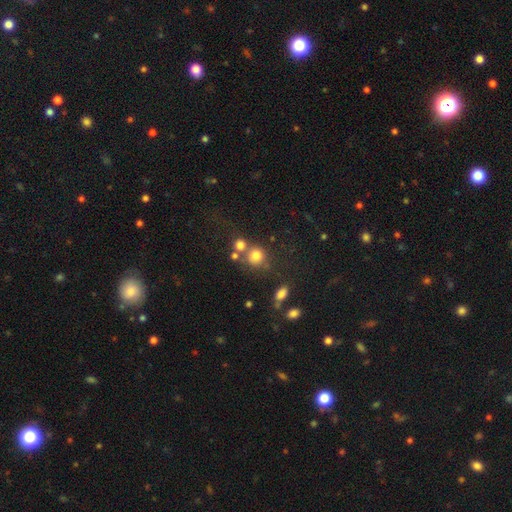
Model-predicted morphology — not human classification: The model was most divided on "merging": none: 51%, merger: 32%, minor disturbance: 11%, major disturbance: 6%. More confident: how rounded — round (85%); smooth or featured — smooth (77%).